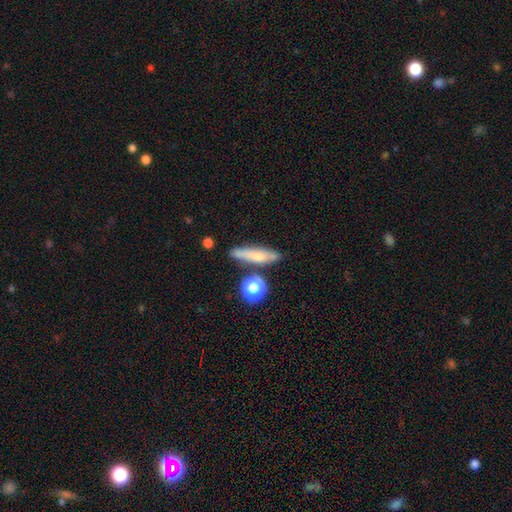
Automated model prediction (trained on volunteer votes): smooth 60%, featured or disk 29%, star or artifact 11%. Down the decision tree: how rounded — cigar-shaped (69%); merging — none (77%).